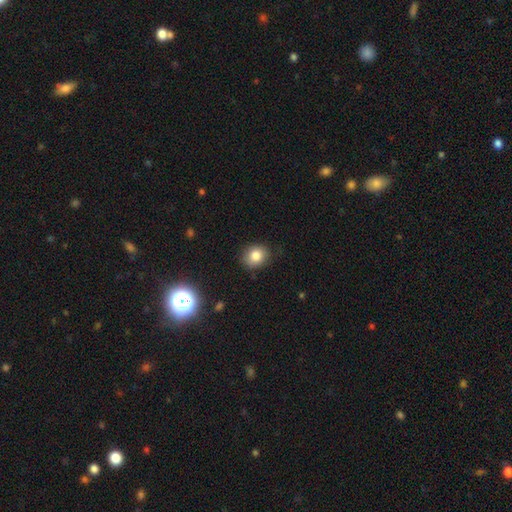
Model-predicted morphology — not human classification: Smooth or featured? Predicted: smooth (p=0.82). How rounded? Predicted: round (p=0.66). Merging? Predicted: none (p=0.84).